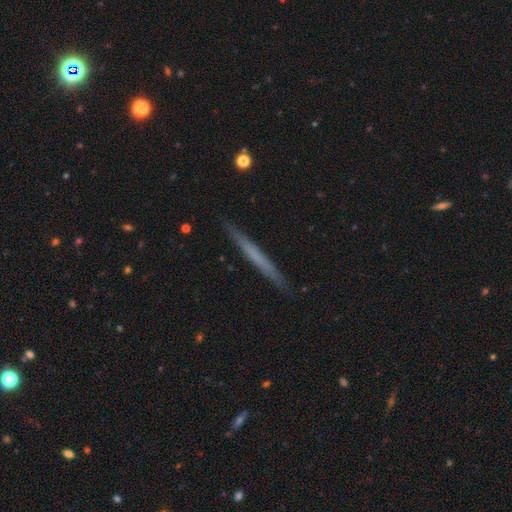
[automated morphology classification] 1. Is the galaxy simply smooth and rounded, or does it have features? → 48% smooth, 46% featured or disk, 6% star or artifact.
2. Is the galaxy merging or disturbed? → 90% none, 7% minor disturbance, 1% major disturbance, 1% merger.